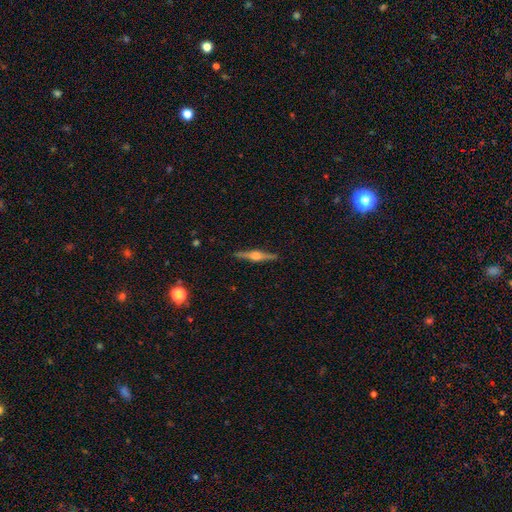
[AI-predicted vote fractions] Smooth or featured?
  - featured or disk: 80% *
  - smooth: 13%
  - star or artifact: 6%
Edge-on disk?
  - yes: 98% *
  - no: 2%
Edge-on bulge?
  - rounded: 87% *
  - boxy: 11%
  - none: 2%
Merging?
  - none: 91% *
  - minor disturbance: 7%
  - major disturbance: 2%
  - merger: 1%